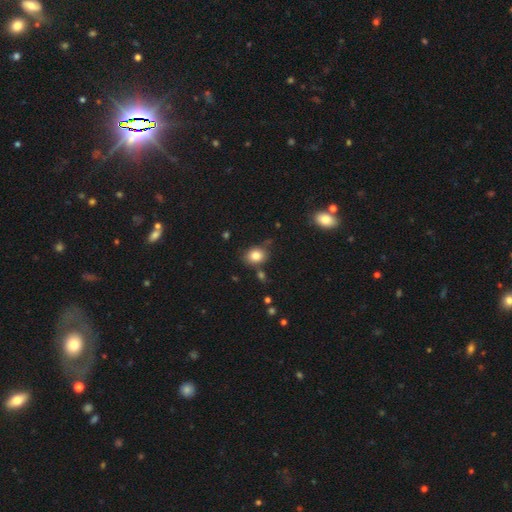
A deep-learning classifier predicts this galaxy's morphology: Smooth or featured? Predicted: smooth (p=0.82). How rounded? Predicted: in between (p=0.51). Merging? Predicted: none (p=0.76).